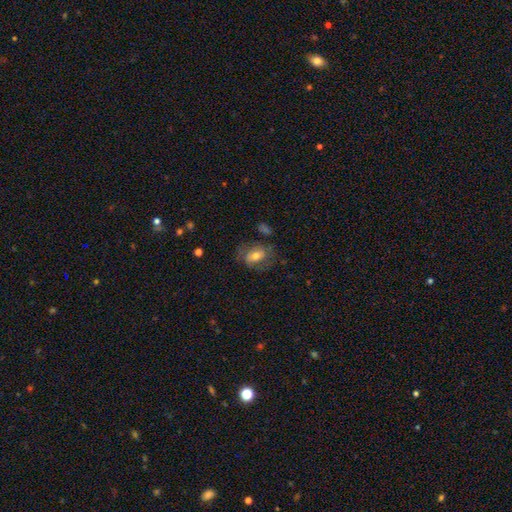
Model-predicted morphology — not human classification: type=smooth (56%); roundness=in between (70%); merging=none (59%).